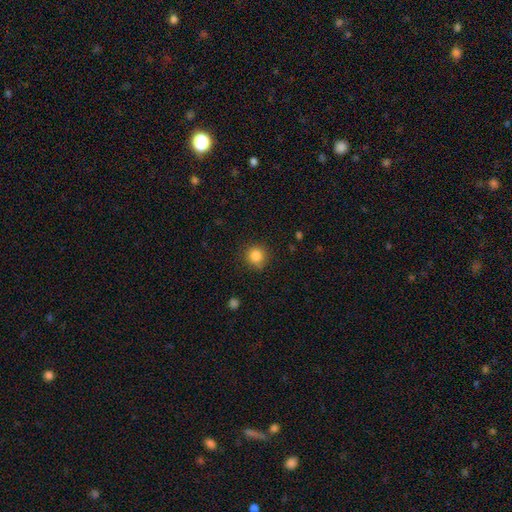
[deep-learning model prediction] Smooth or featured: smooth — 85% (star or artifact — 11%)
How rounded: round — 90% (in between — 10%)
Merging: none — 84% (minor disturbance — 12%)